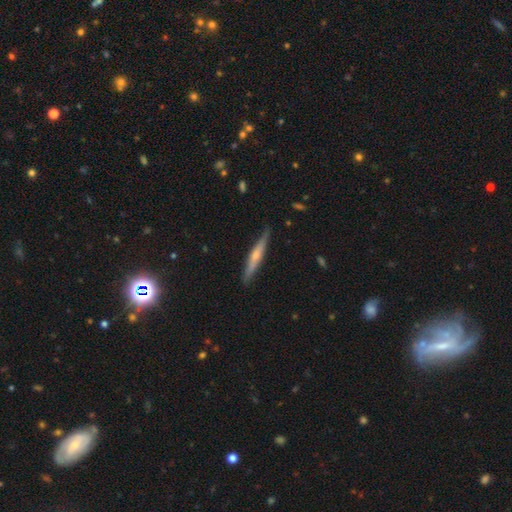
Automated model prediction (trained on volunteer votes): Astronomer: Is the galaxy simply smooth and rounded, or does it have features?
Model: featured or disk — 57% (runner-up: smooth, 37%).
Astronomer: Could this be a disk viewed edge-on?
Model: yes — 95%.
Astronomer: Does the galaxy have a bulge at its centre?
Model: rounded — 71%.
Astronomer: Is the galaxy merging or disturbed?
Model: none — 86%.